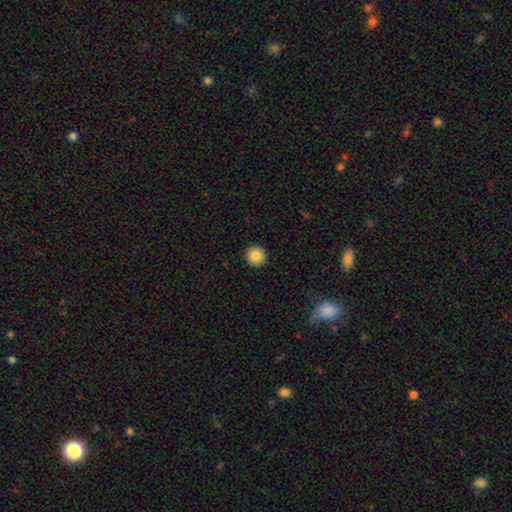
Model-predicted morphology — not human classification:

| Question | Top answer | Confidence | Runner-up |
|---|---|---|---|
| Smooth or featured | smooth | 85% | star or artifact (9%) |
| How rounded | round | 94% | in between (5%) |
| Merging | none | 92% | minor disturbance (5%) |